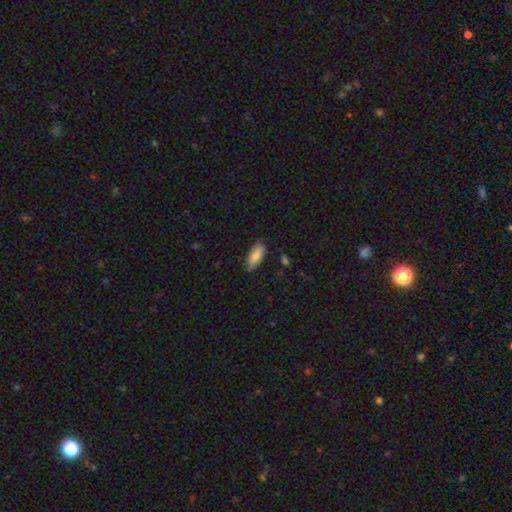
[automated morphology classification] smooth 80%, featured or disk 14%, star or artifact 6%. Down the decision tree: how rounded — in between (86%); merging — none (74%).